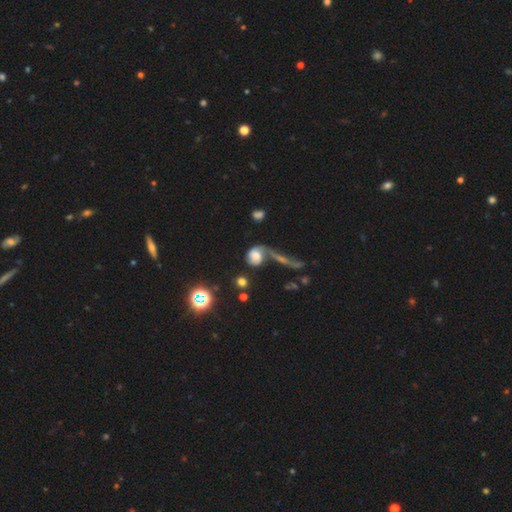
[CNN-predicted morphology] Smooth or featured?
  - smooth: 48% *
  - featured or disk: 38%
  - star or artifact: 14%
Merging?
  - none: 30% * (tied)
  - merger: 30% * (tied)
  - major disturbance: 24%
  - minor disturbance: 16%